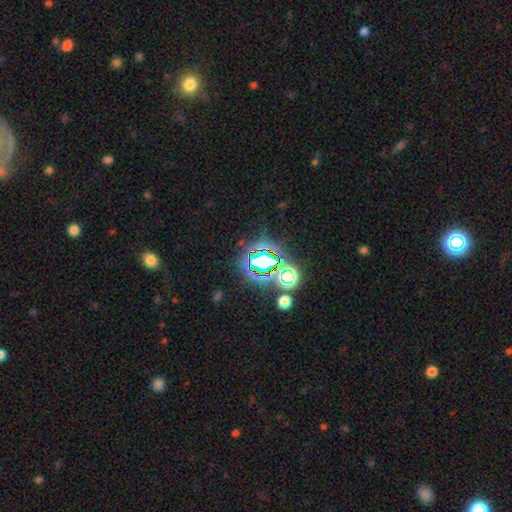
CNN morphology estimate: smooth_or_featured: star or artifact (p=0.75) [alt: smooth p=0.16]